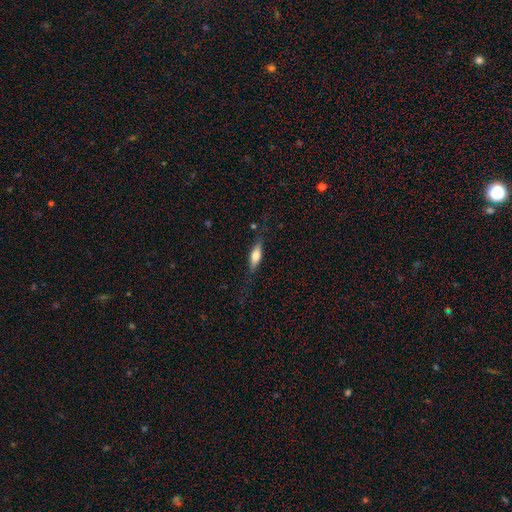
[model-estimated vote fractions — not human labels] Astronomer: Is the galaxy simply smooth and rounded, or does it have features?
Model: smooth — 57% (runner-up: featured or disk, 37%).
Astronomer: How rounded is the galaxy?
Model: cigar-shaped — 50% (runner-up: in between, 47%).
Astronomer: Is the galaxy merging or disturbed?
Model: none — 75%.